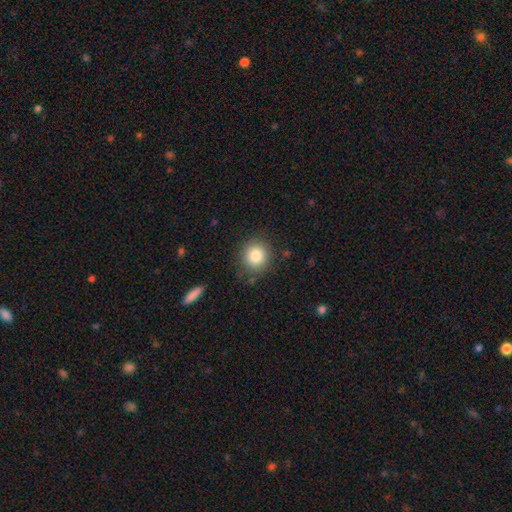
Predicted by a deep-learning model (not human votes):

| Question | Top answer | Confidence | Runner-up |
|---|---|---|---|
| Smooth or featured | smooth | 83% | star or artifact (10%) |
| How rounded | round | 88% | in between (11%) |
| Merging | none | 86% | minor disturbance (10%) |